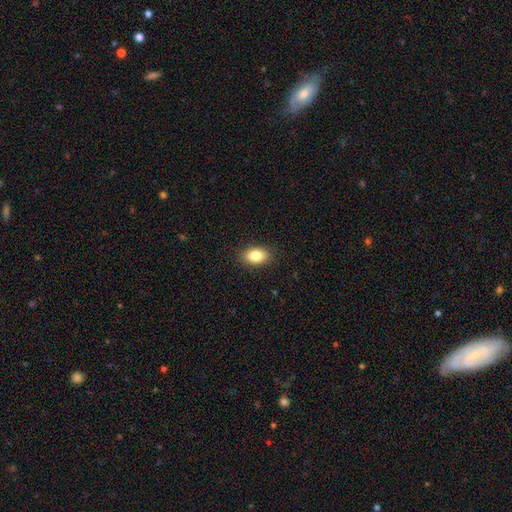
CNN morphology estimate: A smooth galaxy with no disk features (84%) that is in between round and cigar-shaped (87%).

Vote fractions:
- Smooth or featured? smooth: 84% / star or artifact: 8% / featured or disk: 8%
- How rounded? in between: 87% / round: 11% / cigar-shaped: 2%
- Merging? none: 88% / minor disturbance: 9% / major disturbance: 2% / merger: 1%